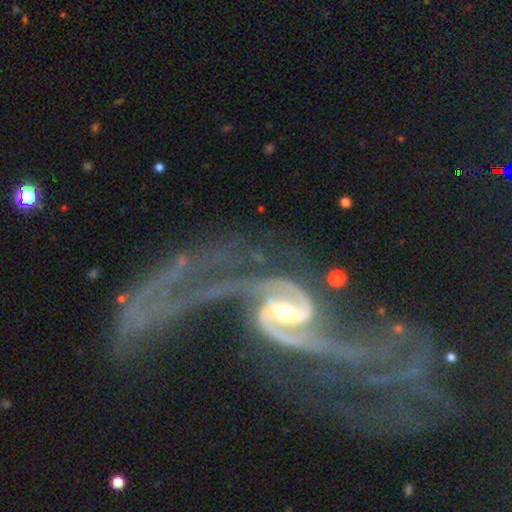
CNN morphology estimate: This appears to be a featured or disk galaxy (91%) with a weak bar (38%), 2 (78%) loose (49%) spiral arms (97%) and a moderate central bulge (49%). Merging: major disturbance (42%).